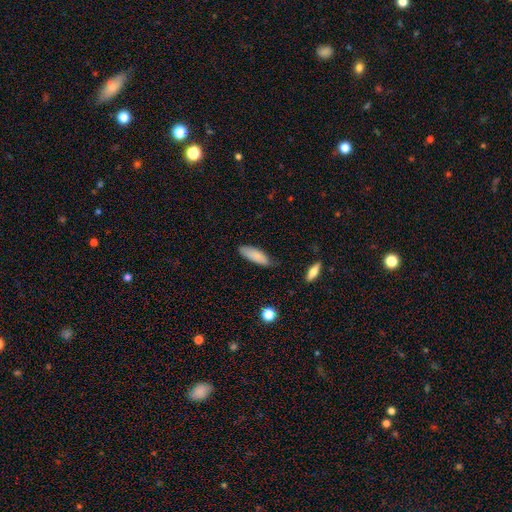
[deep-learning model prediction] Overall: smooth (84%). How rounded: in between (56%; cigar-shaped 42%). Merging: none (74%).